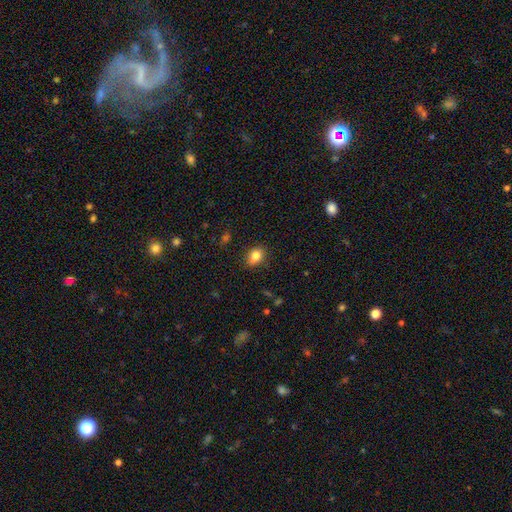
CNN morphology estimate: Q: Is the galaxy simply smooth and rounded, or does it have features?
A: smooth — 82%.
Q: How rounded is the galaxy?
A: in between — 69%.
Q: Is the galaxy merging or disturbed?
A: none — 81%.